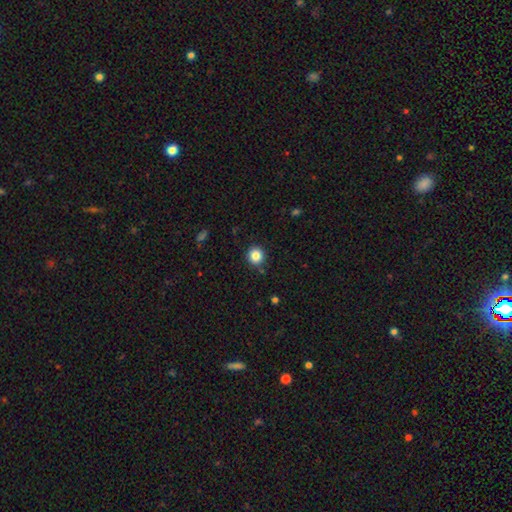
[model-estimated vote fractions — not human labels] smooth 84%, star or artifact 11%, featured or disk 5%. Down the decision tree: how rounded — round (93%); merging — none (89%).